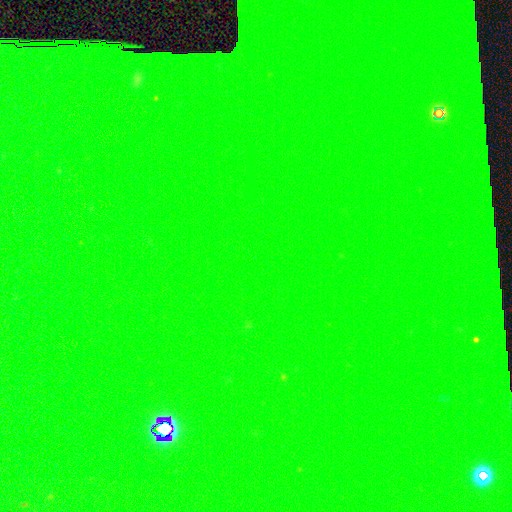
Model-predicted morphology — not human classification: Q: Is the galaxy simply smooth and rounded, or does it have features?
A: star or artifact — 78%.